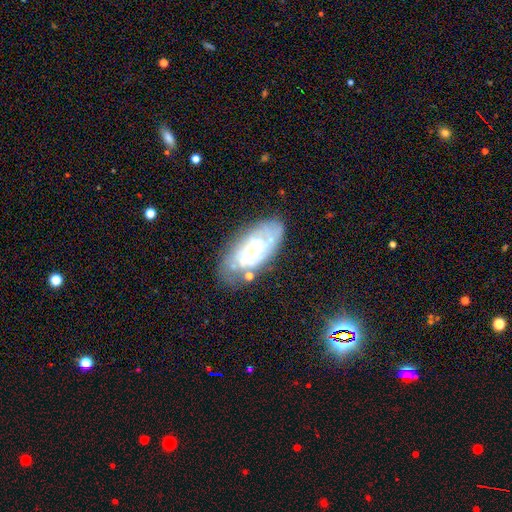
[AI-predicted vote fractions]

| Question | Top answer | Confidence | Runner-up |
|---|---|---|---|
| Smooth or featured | featured or disk | 71% | smooth (21%) |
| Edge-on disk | no | 94% | yes (6%) |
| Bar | no | 75% | weak (20%) |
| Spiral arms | yes | 67% | no (33%) |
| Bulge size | small | 54% | moderate (33%) |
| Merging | none | 57% | minor disturbance (22%) |